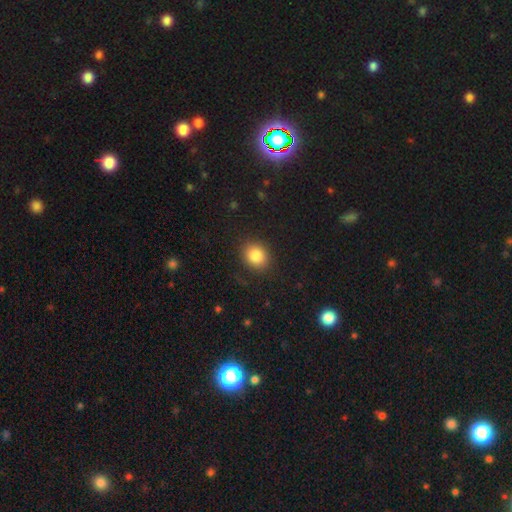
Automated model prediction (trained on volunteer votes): smooth 85%, star or artifact 9%, featured or disk 5%. Down the decision tree: how rounded — round (67%); merging — none (86%).